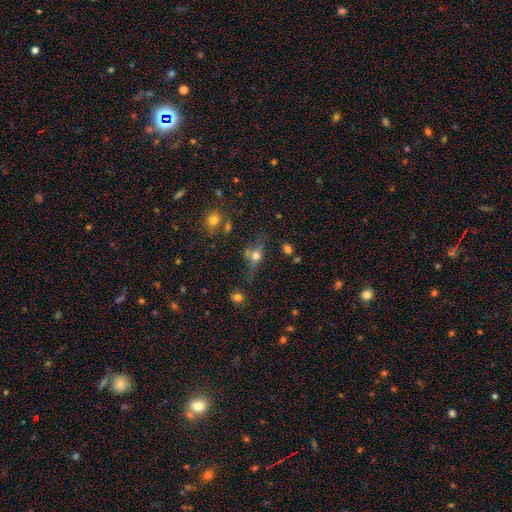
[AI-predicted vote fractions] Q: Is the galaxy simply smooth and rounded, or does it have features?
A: smooth — 46%.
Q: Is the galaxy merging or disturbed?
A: none — 60%.